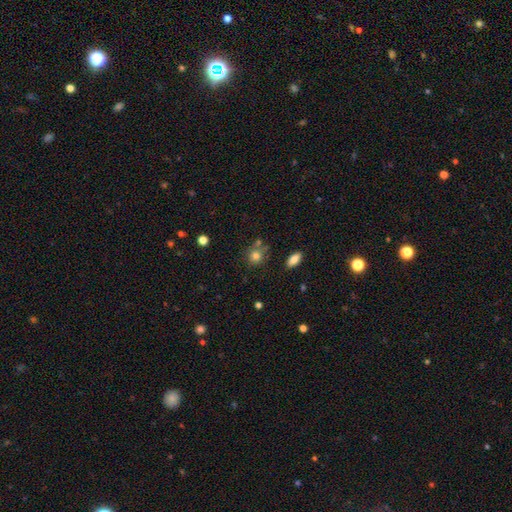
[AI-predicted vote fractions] smooth 79%, star or artifact 12%, featured or disk 9%. Down the decision tree: how rounded — round (81%); merging — none (66%).